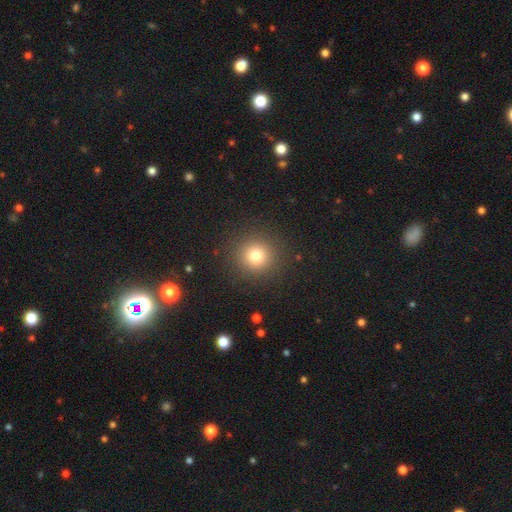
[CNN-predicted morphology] Smooth or featured? smooth (76%)
How rounded? round (93%)
Merging? none (90%)